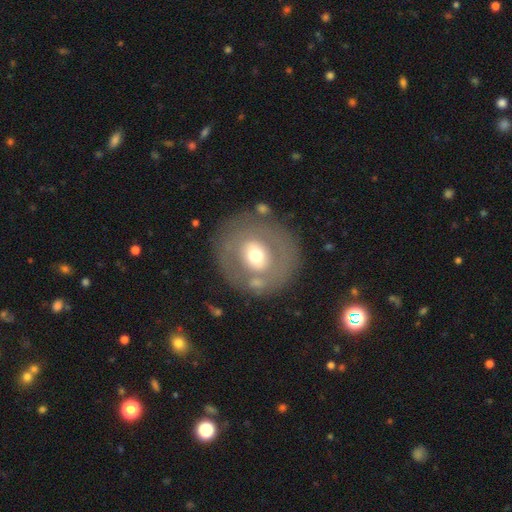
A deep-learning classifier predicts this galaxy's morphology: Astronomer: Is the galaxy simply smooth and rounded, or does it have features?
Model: smooth — 47% (runner-up: featured or disk, 46%).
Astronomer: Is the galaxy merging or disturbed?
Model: none — 76%.